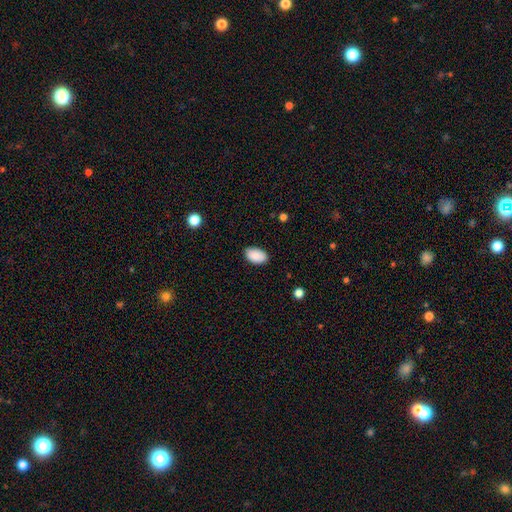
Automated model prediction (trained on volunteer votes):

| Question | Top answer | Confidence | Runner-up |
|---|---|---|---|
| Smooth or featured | smooth | 90% | star or artifact (7%) |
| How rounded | in between | 93% | round (6%) |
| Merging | none | 84% | minor disturbance (12%) |